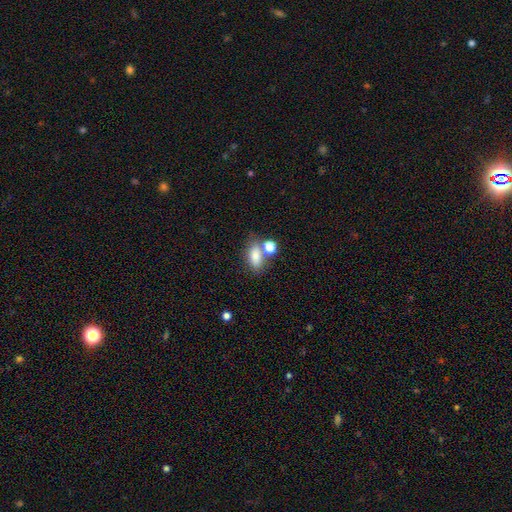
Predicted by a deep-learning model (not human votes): smooth-or-featured: smooth: 79% | star or artifact: 10% | featured or disk: 10%
  how-rounded: in between: 82% | round: 13% | cigar-shaped: 5%
  merging: none: 50% | merger: 30% | minor disturbance: 13% | major disturbance: 6%